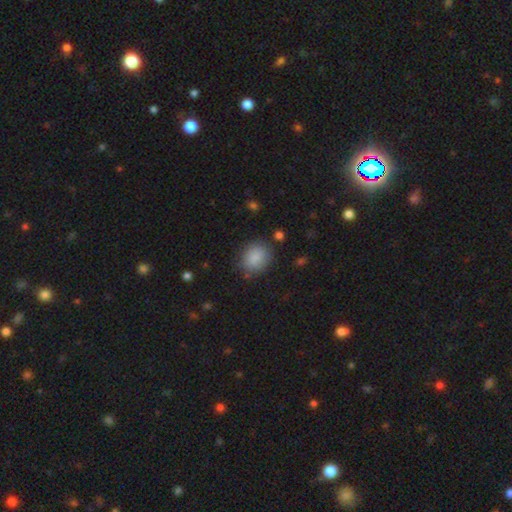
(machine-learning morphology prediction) This appears to be a smooth galaxy with no disk features (86%) that is round (59%). Merging: none (80%).